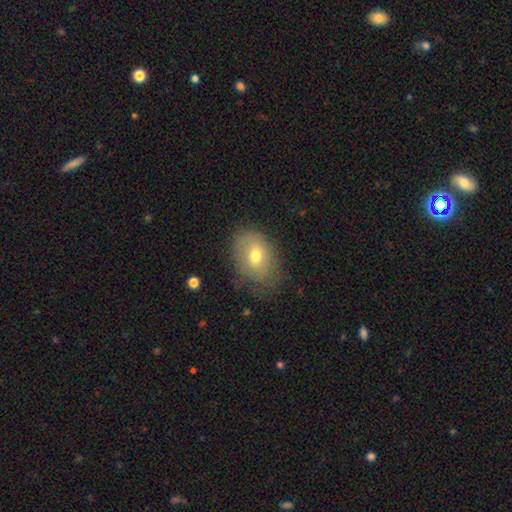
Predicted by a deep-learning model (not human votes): Morphology: type=smooth (61%); roundness=in between (76%); merging=none (67%).